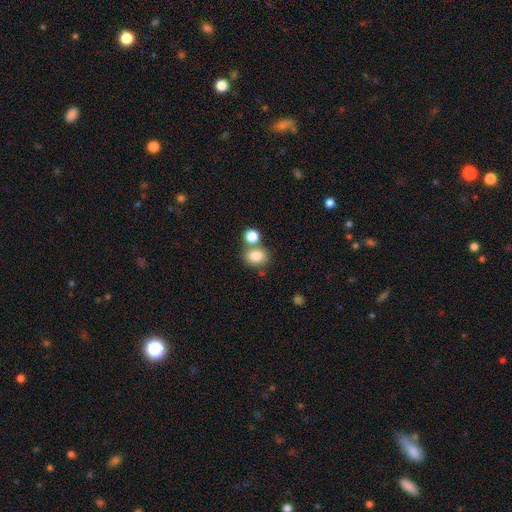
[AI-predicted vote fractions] Morphology: type=smooth (82%); roundness=round (55%); merging=none (53%).